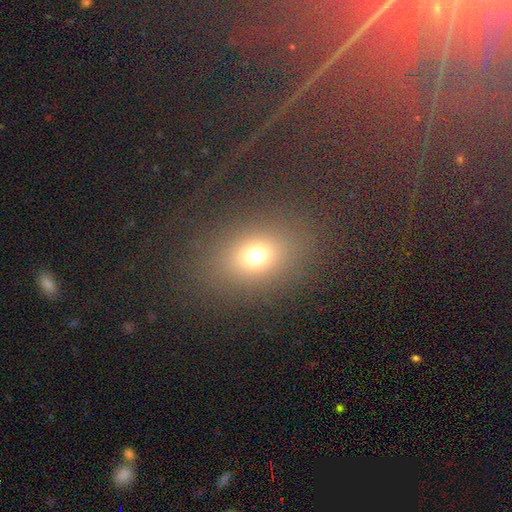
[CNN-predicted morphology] smooth-or-featured: smooth: 47% | star or artifact: 42% | featured or disk: 12%
  merging: none: 89% | minor disturbance: 7% | major disturbance: 3% | merger: 2%